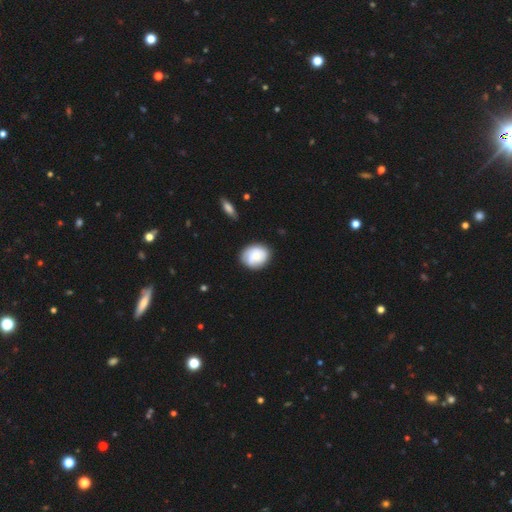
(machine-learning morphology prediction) Overall: smooth (62%; featured or disk 31%). How rounded: round (54%; in between 45%). Merging: none (76%).